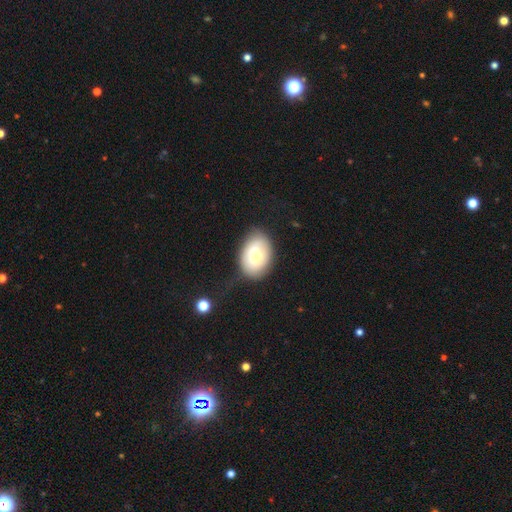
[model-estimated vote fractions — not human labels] Smooth or featured? smooth (70%)
How rounded? in between (80%)
Merging? none (74%)